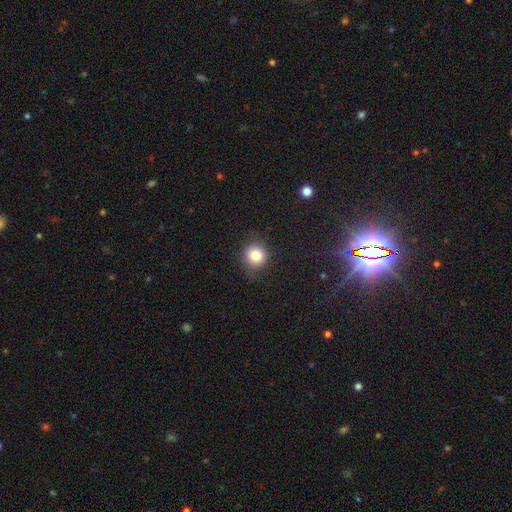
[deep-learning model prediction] This is clearly a smooth galaxy (83%). How rounded: clearly round (88%). Merging: clearly none (85%).